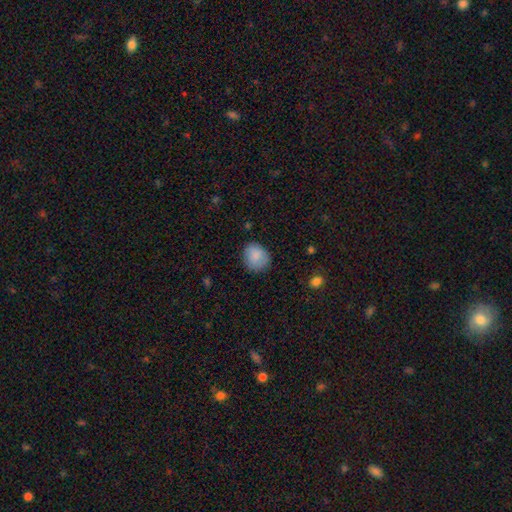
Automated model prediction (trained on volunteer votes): This appears to be a smooth galaxy with no disk features (86%) that is round (66%). Merging: none (78%).